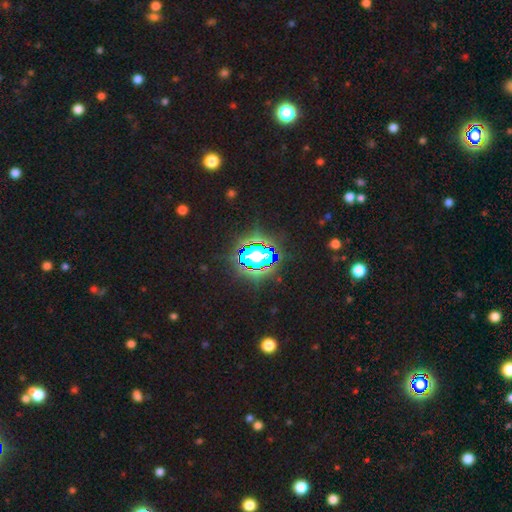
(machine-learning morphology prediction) Overall: star or artifact (72%).